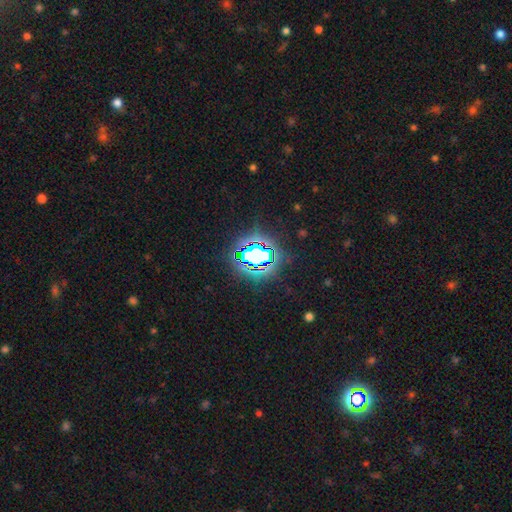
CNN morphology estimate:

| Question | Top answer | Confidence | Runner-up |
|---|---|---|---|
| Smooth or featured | star or artifact | 72% | smooth (17%) |